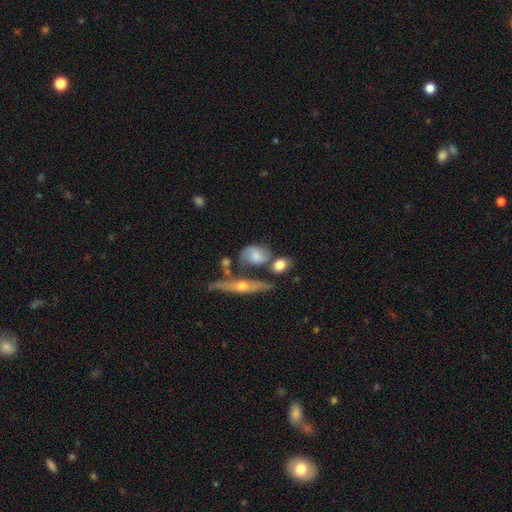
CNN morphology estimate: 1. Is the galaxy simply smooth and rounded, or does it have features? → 51% smooth, 42% featured or disk, 8% star or artifact.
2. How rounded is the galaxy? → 55% in between, 37% round, 8% cigar-shaped.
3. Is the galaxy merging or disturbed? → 46% none, 23% merger, 21% minor disturbance, 10% major disturbance.